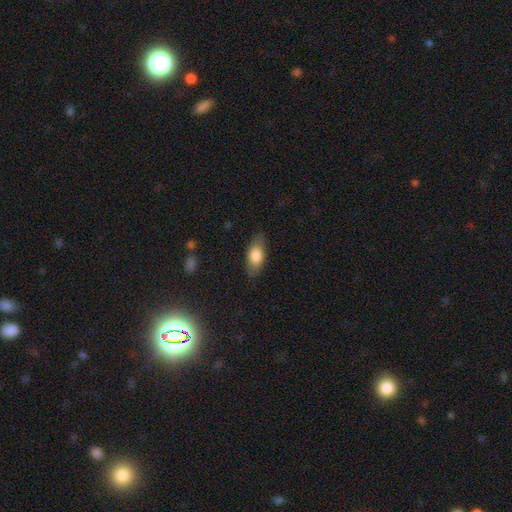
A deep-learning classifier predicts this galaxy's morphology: Smooth or featured: smooth — 77% (featured or disk — 17%)
How rounded: in between — 83% (cigar-shaped — 13%)
Merging: none — 82% (minor disturbance — 14%)